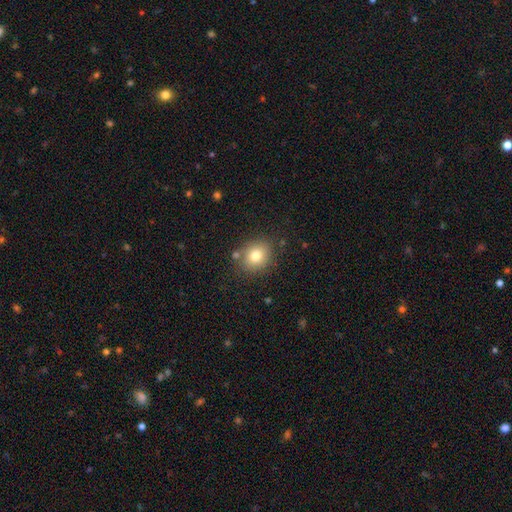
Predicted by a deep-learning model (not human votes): A smooth galaxy with no disk features (78%) that is round (72%).

Vote fractions:
- Smooth or featured? smooth: 78% / star or artifact: 12% / featured or disk: 10%
- How rounded? round: 72% / in between: 27% / cigar-shaped: 1%
- Merging? none: 81% / minor disturbance: 11% / merger: 5% / major disturbance: 3%